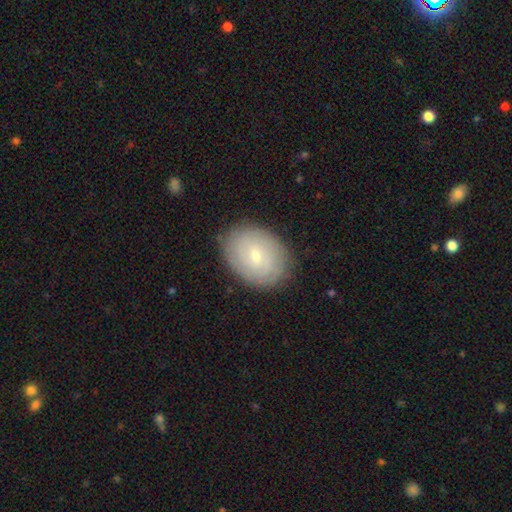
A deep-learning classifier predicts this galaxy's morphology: smooth_or_featured: featured or disk (p=0.61) [alt: smooth p=0.31]
disk_edge_on: no (p=0.96) [alt: yes p=0.04]
bar: no (p=0.66) [alt: weak p=0.29]
has_spiral_arms: yes (p=0.82) [alt: no p=0.18]
bulge_size: small (p=0.71) [alt: moderate p=0.26]
merging: none (p=0.85) [alt: minor disturbance p=0.11]